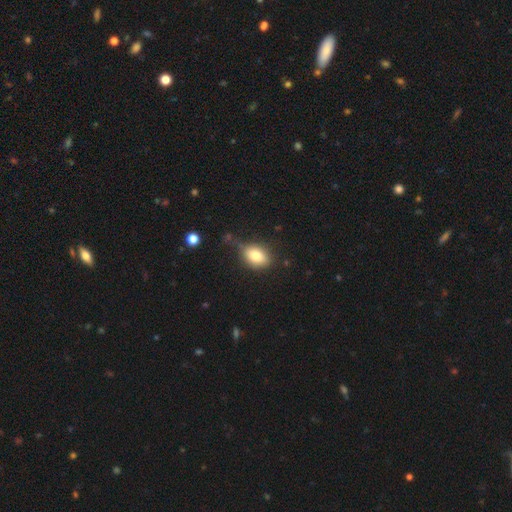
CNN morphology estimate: type=smooth (79%); roundness=in between (74%); merging=none (63%).